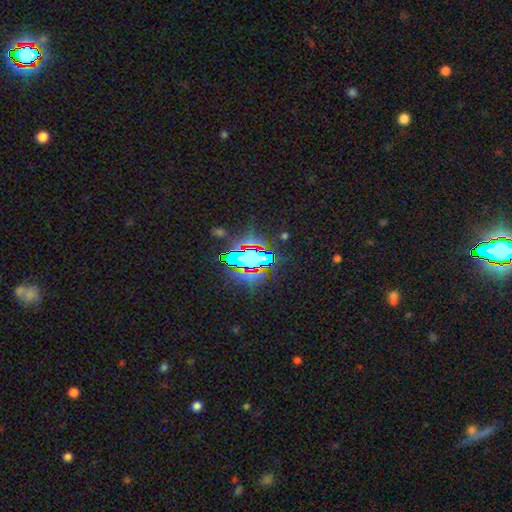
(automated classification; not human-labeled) This appears to be a star or artifact, not a galaxy (69%).